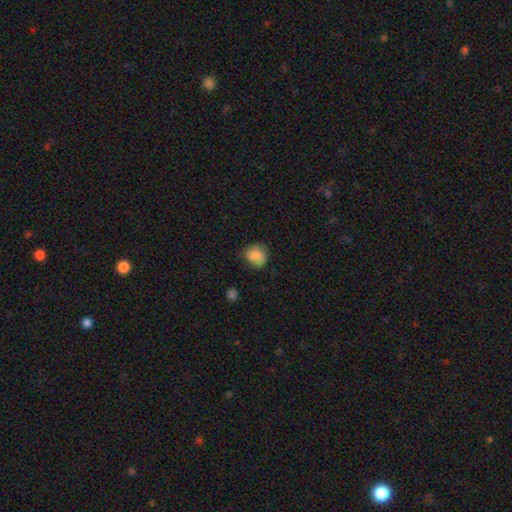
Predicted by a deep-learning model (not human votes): Smooth or featured? smooth (81%)
How rounded? round (78%)
Merging? none (68%)